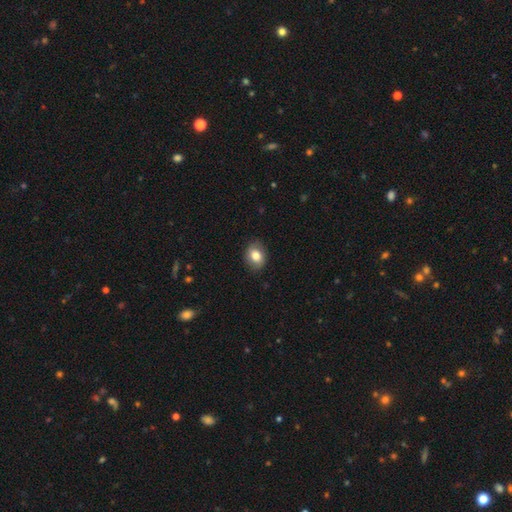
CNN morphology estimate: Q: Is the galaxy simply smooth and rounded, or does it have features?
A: smooth — 80%.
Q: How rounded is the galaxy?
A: in between — 61%.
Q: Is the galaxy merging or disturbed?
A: none — 85%.